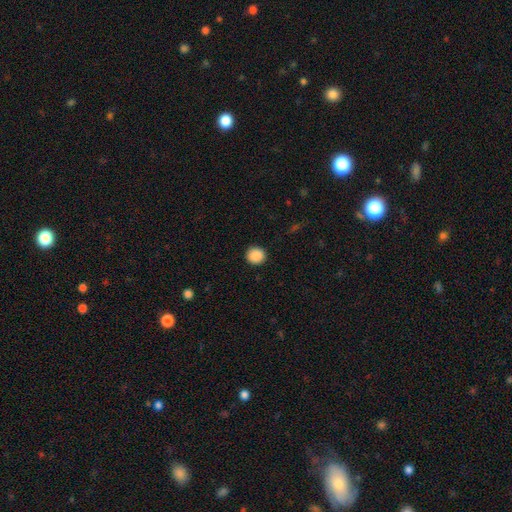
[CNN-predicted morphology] Smooth or featured: smooth — 89% (star or artifact — 8%)
How rounded: round — 91% (in between — 8%)
Merging: none — 92% (minor disturbance — 5%)